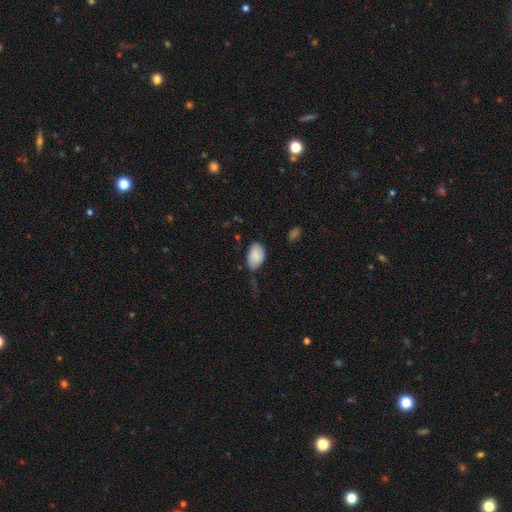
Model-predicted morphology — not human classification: A smooth galaxy with no disk features (84%) that is in between round and cigar-shaped (90%).

Vote fractions:
- Smooth or featured? smooth: 84% / featured or disk: 9% / star or artifact: 7%
- How rounded? in between: 90% / round: 9% / cigar-shaped: 1%
- Merging? none: 41% / minor disturbance: 38% / major disturbance: 17% / merger: 4%